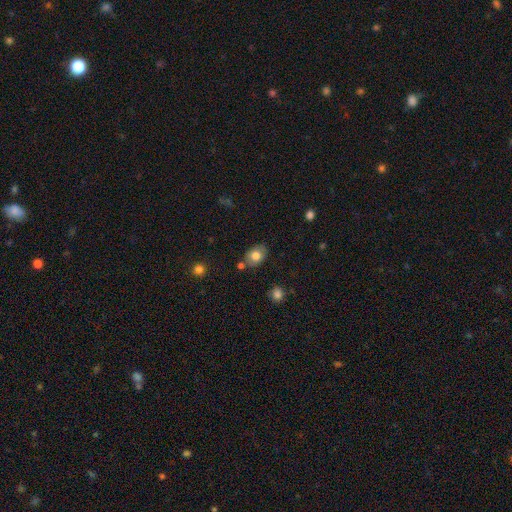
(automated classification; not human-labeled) A smooth galaxy with no disk features (77%) that is in between round and cigar-shaped (69%).

Vote fractions:
- Smooth or featured? smooth: 77% / featured or disk: 15% / star or artifact: 8%
- How rounded? in between: 69% / round: 30% / cigar-shaped: 1%
- Merging? none: 75% / minor disturbance: 15% / merger: 7% / major disturbance: 3%